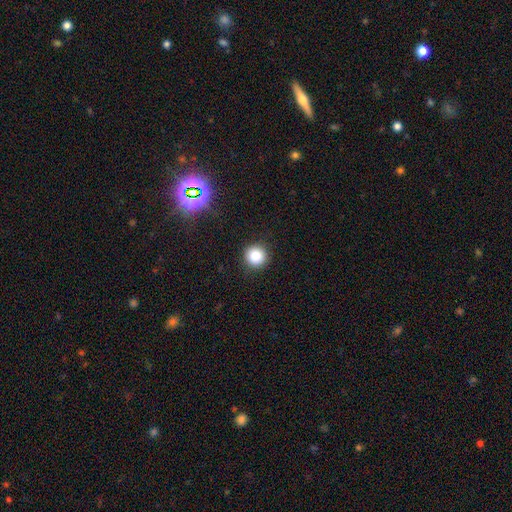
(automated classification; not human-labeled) Smooth or featured?
  - smooth: 84% *
  - star or artifact: 11%
  - featured or disk: 4%
How rounded?
  - round: 95% *
  - in between: 4%
  - cigar-shaped: 1%
Merging?
  - none: 91% *
  - minor disturbance: 6%
  - major disturbance: 2%
  - merger: 1%